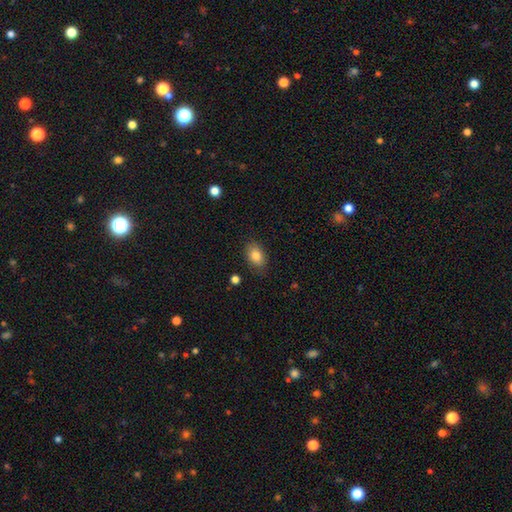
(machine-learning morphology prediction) smooth 84%, star or artifact 8%, featured or disk 8%. Down the decision tree: how rounded — in between (85%); merging — none (84%).